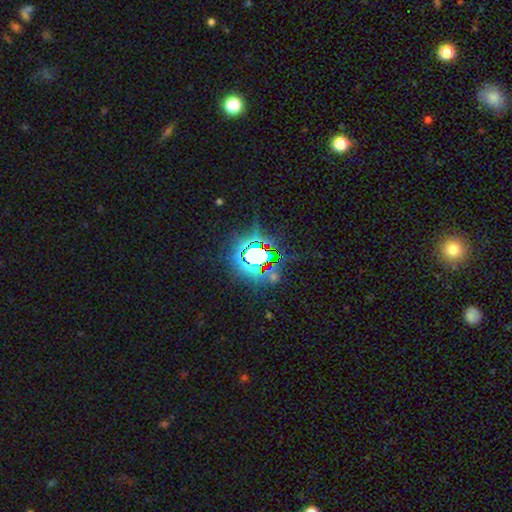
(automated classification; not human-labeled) Overall: star or artifact (74%).